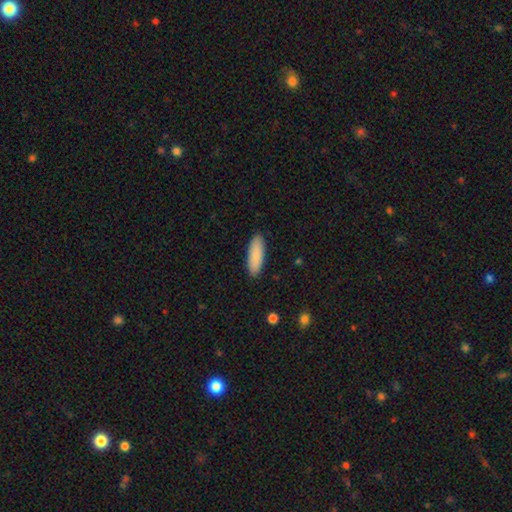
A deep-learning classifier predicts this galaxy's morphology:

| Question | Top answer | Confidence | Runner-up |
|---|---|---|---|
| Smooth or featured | smooth | 87% | featured or disk (8%) |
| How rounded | in between | 62% | cigar-shaped (36%) |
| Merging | none | 89% | minor disturbance (8%) |